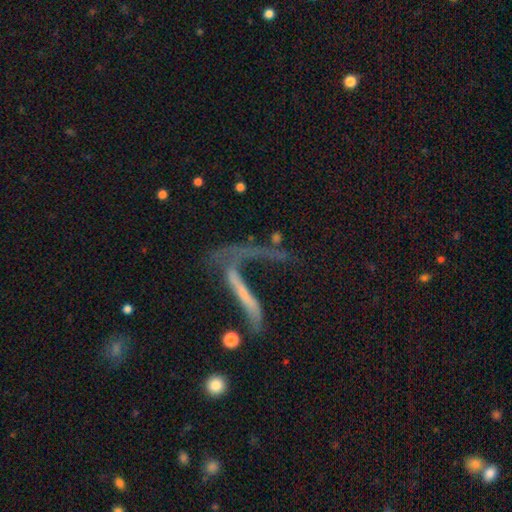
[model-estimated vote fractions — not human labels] A featured or disk galaxy (53%). Merging: major disturbance (37%).